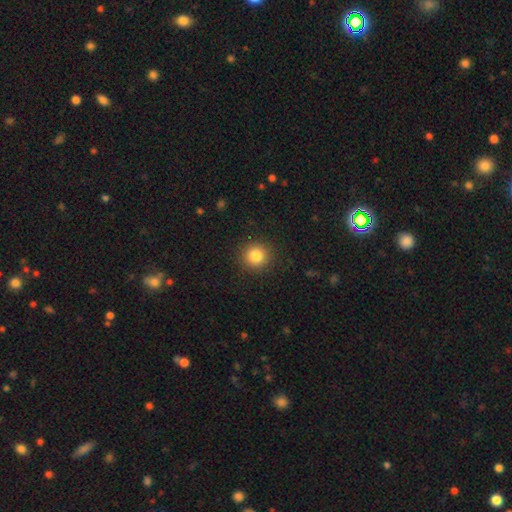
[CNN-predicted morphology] This appears to be a smooth galaxy with no disk features (84%) that is round (92%). Merging: none (91%).